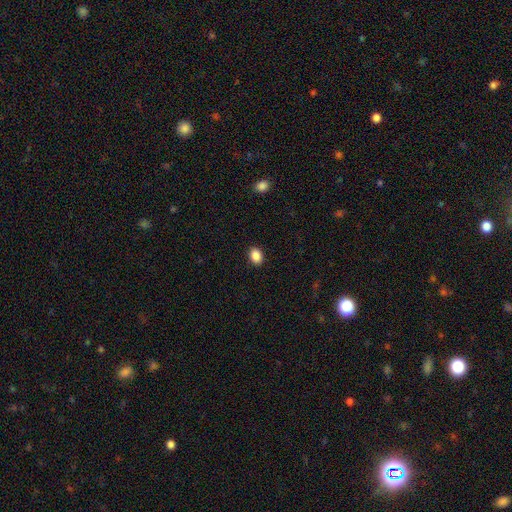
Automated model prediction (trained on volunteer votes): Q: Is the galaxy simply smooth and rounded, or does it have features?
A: smooth — 89%.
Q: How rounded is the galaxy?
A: in between — 73%.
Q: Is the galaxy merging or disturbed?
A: none — 90%.